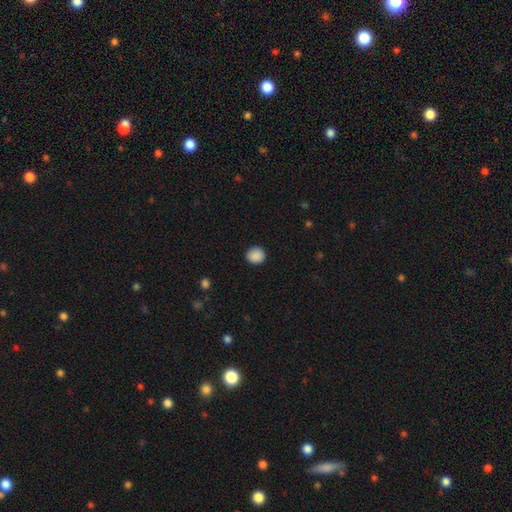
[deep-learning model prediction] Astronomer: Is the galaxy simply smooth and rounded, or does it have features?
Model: smooth — 89%.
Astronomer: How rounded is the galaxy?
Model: round — 86%.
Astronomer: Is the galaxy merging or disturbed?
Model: none — 91%.